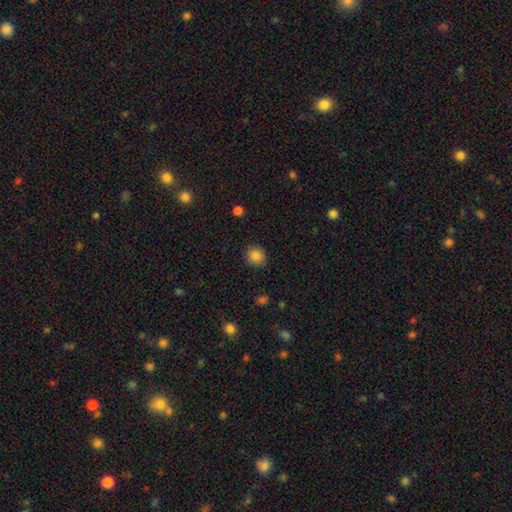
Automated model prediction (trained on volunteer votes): Smooth or featured? smooth (85%)
How rounded? round (84%)
Merging? none (89%)